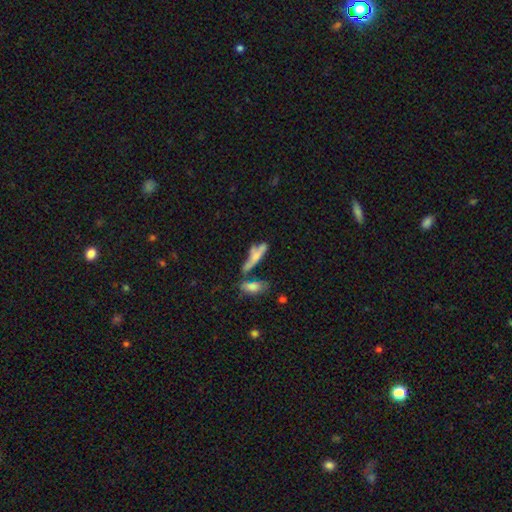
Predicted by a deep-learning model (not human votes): Overall: smooth (57%; featured or disk 33%). How rounded: cigar-shaped (56%; in between 40%). Merging: merger (39%; none 32%).